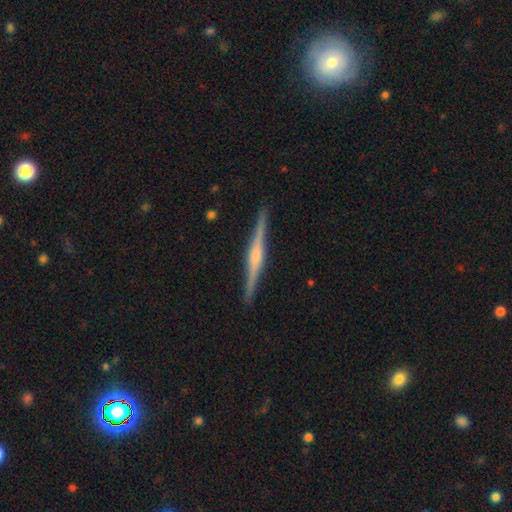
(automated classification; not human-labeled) Smooth or featured? Predicted: featured or disk (p=0.80). Edge-on disk? Predicted: yes (p=0.99). Edge-on bulge? Predicted: rounded (p=0.68). Merging? Predicted: none (p=0.92).